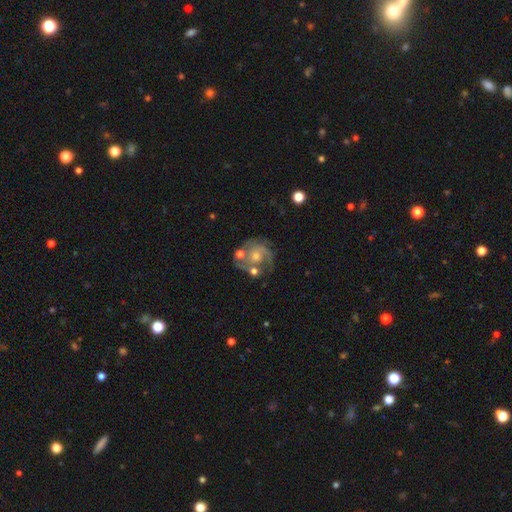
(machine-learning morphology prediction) Smooth or featured? featured or disk (80%)
Edge-on disk? no (98%)
Bar? no (70%)
Spiral arms? yes (91%)
Spiral winding? medium (46%)
Spiral arm count? 2 (43%)
Bulge size? moderate (51%)
Merging? none (57%)